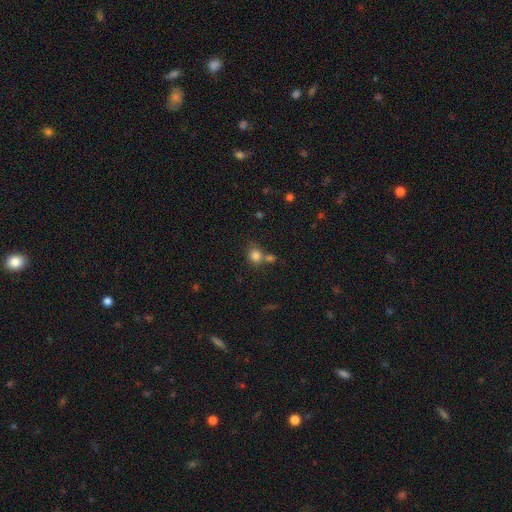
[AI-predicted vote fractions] A smooth galaxy with no disk features (82%) that is round (71%).

Vote fractions:
- Smooth or featured? smooth: 82% / star or artifact: 12% / featured or disk: 7%
- How rounded? round: 71% / in between: 28% / cigar-shaped: 1%
- Merging? none: 54% / merger: 30% / minor disturbance: 12% / major disturbance: 5%